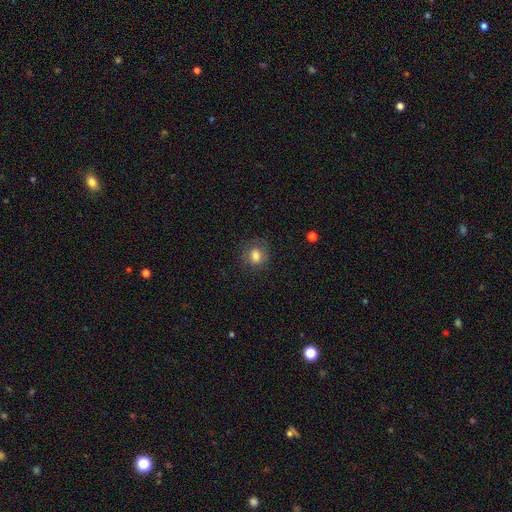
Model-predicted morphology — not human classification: smooth 77%, featured or disk 13%, star or artifact 10%. Down the decision tree: how rounded — round (61%); merging — none (77%).